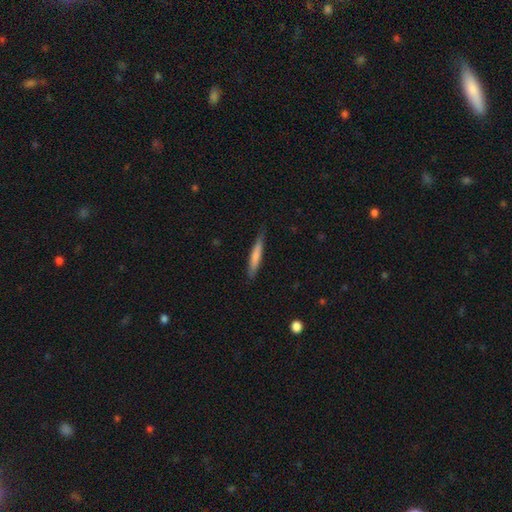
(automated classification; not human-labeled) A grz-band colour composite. It shows a smooth galaxy with no disk features (71%) that is cigar-shaped (93%). Merging: none (82%).